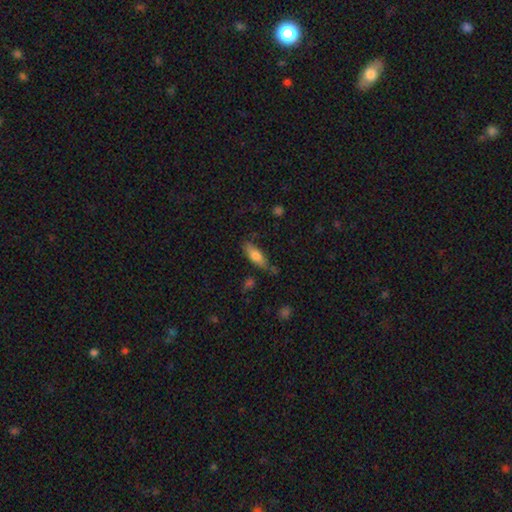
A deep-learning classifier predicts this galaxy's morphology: Q: Smooth or featured?
A: smooth (75%); runner-up: featured or disk (18%)
Q: How rounded?
A: in between (60%); runner-up: cigar-shaped (38%)
Q: Merging?
A: none (65%); runner-up: minor disturbance (23%)